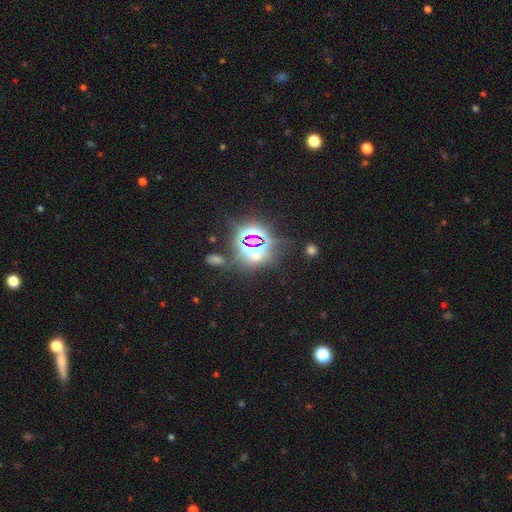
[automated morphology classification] type=star or artifact (81%).